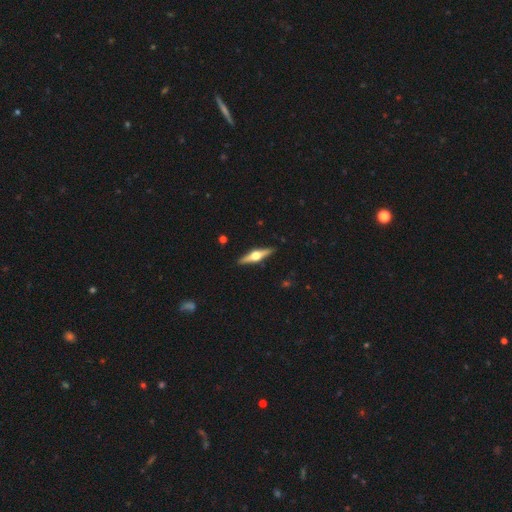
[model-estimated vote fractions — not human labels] Smooth or featured: featured or disk — 74% (smooth — 21%)
Edge-on disk: yes — 97% (no — 3%)
Edge-on bulge: rounded — 96% (boxy — 2%)
Merging: none — 91% (minor disturbance — 6%)